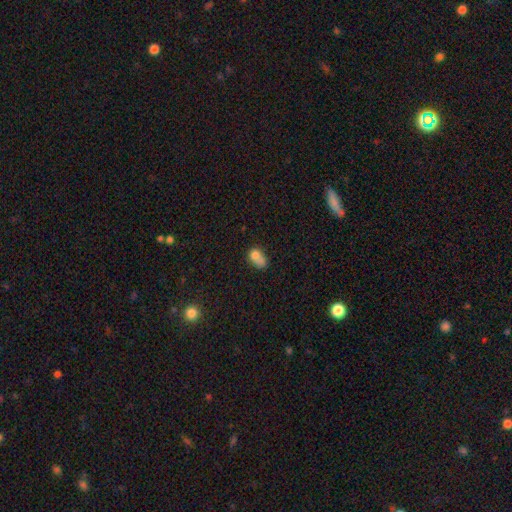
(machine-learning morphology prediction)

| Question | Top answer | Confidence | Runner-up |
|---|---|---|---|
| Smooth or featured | smooth | 72% | featured or disk (17%) |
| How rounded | in between | 56% | round (42%) |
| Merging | merger | 49% | none (25%) |